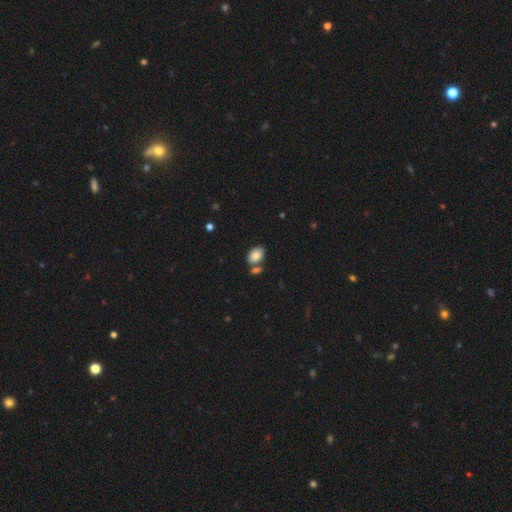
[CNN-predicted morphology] Overall: smooth (84%). How rounded: in between (85%). Merging: none (63%).